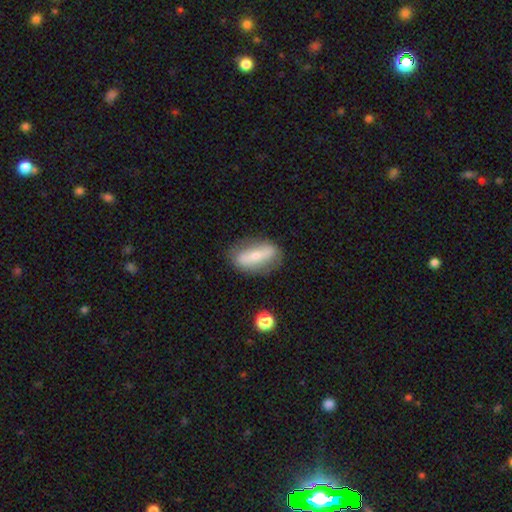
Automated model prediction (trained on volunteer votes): Smooth or featured? featured or disk (48%)
Merging? none (78%)